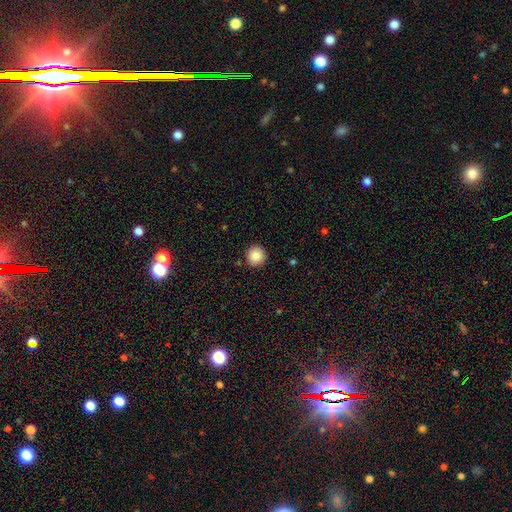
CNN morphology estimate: Smooth or featured: smooth — 88% (star or artifact — 9%)
How rounded: round — 94% (in between — 5%)
Merging: none — 92% (minor disturbance — 5%)